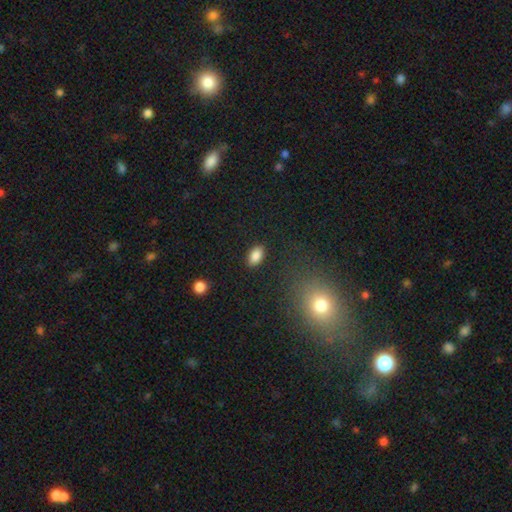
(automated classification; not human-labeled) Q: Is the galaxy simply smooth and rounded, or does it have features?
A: smooth — 86%.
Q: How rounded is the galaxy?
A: in between — 92%.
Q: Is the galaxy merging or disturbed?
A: none — 88%.